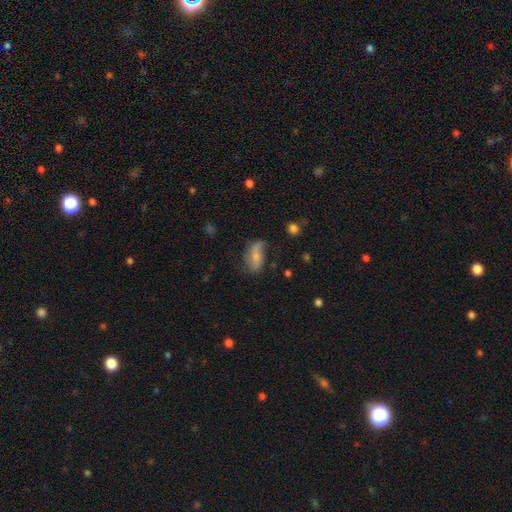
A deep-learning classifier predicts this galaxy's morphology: Smooth or featured? Predicted: featured or disk (p=0.49). Merging? Predicted: none (p=0.55).